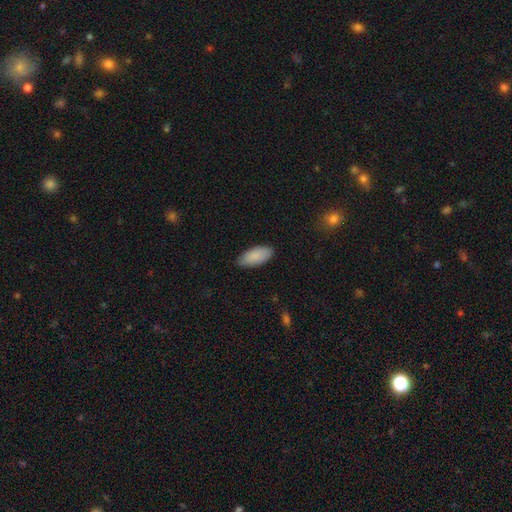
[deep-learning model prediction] This appears to be a smooth galaxy with no disk features (89%) that is in between round and cigar-shaped (90%). Merging: none (81%).